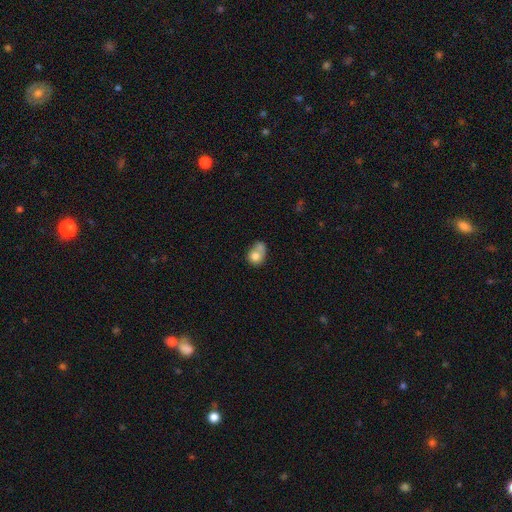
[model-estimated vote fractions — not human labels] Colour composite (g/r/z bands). It shows a smooth galaxy with no disk features (76%) that is round (60%). Merging: merger (45%).